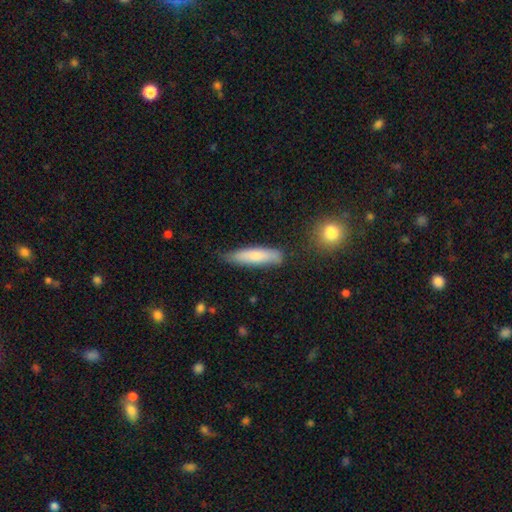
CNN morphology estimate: smooth_or_featured: smooth (p=0.71) [alt: featured or disk p=0.23]
how_rounded: cigar-shaped (p=0.72) [alt: in between p=0.26]
merging: none (p=0.66) [alt: minor disturbance p=0.26]